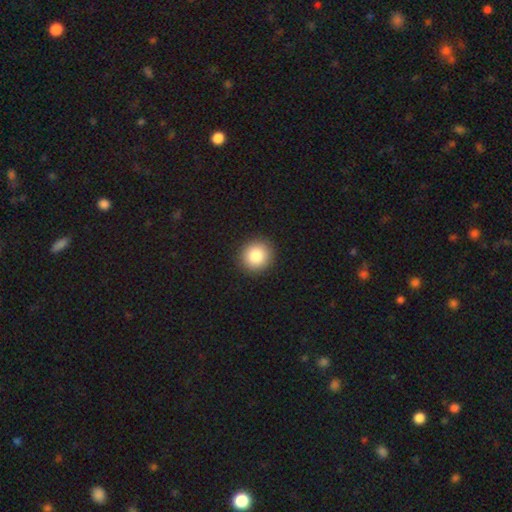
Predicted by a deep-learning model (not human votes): Smooth or featured? Predicted: smooth (p=0.84). How rounded? Predicted: round (p=0.90). Merging? Predicted: none (p=0.93).